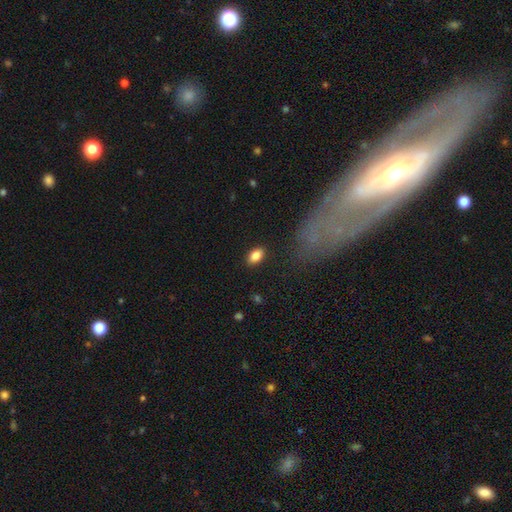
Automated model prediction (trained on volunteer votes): Overall: smooth (86%). How rounded: in between (89%). Merging: none (88%).